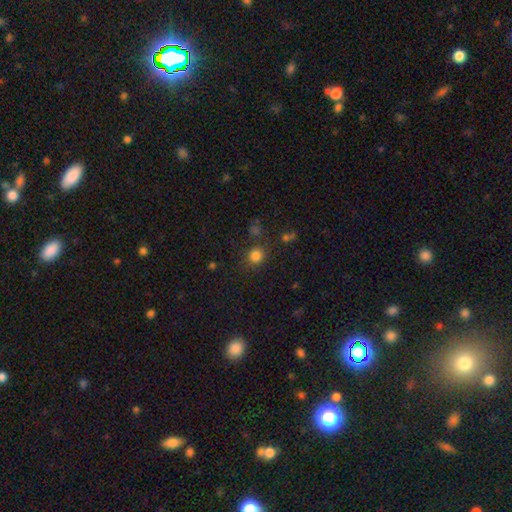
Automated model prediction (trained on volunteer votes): A smooth galaxy with no disk features (81%) that is round (88%). Merging: none (81%).